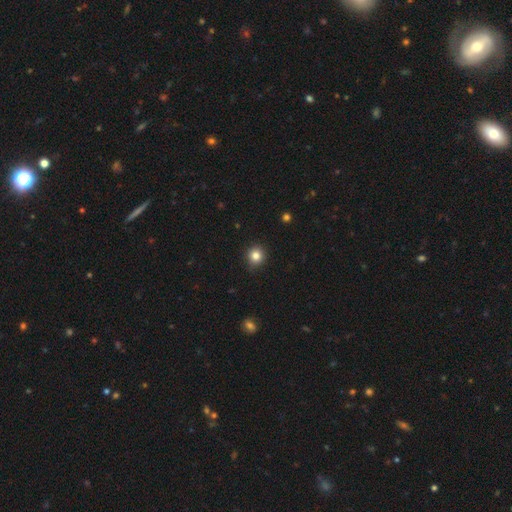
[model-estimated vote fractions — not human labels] Smooth or featured? Predicted: smooth (p=0.82). How rounded? Predicted: round (p=0.91). Merging? Predicted: none (p=0.88).